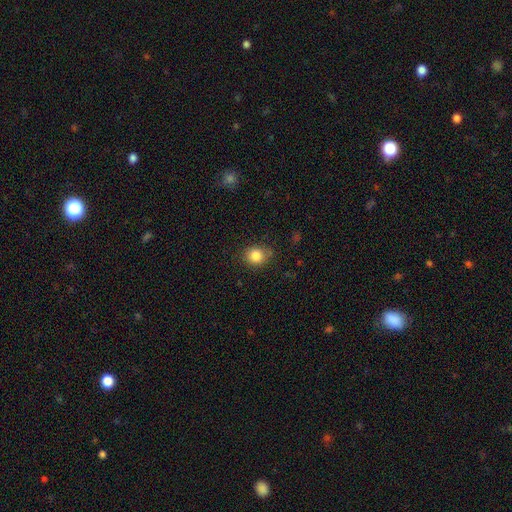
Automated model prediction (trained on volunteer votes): Overall: smooth (84%). How rounded: round (75%). Merging: none (81%).